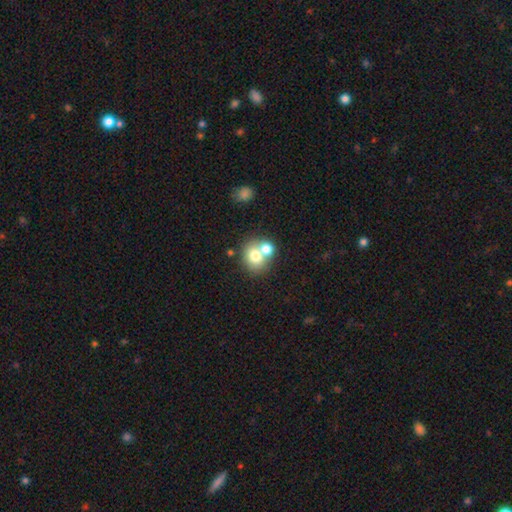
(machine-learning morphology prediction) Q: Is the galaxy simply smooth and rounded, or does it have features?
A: smooth — 73%.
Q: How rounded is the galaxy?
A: round — 68%.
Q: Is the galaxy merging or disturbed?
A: merger — 50%.